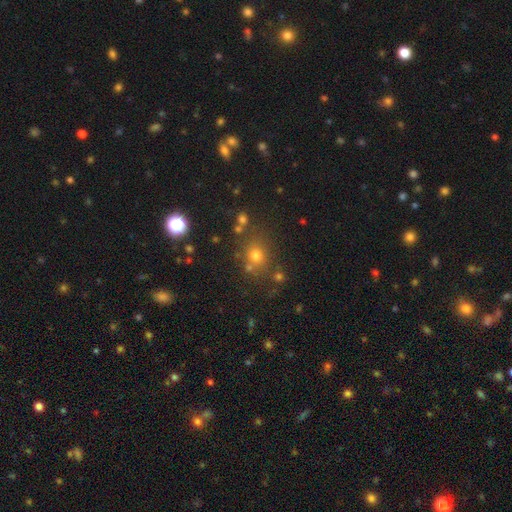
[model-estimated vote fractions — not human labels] This is likely a smooth galaxy (66%). How rounded: likely round (78%). Merging: likely none (73%).